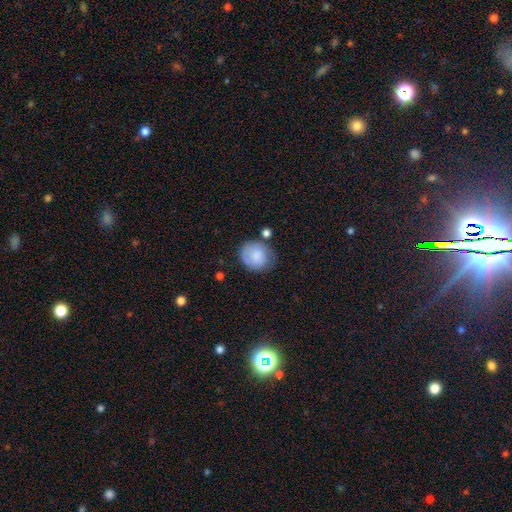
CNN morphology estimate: smooth-or-featured: smooth: 73% | featured or disk: 19% | star or artifact: 8%
  how-rounded: round: 76% | in between: 24% | cigar-shaped: 1%
  merging: none: 59% | minor disturbance: 25% | major disturbance: 9% | merger: 7%